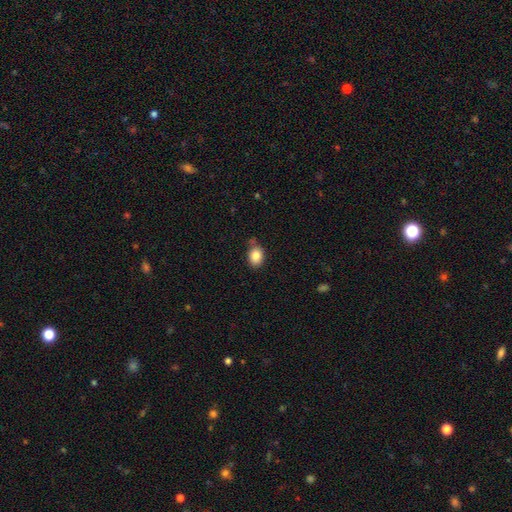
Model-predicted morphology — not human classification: A smooth galaxy with no disk features (84%) that is in between round and cigar-shaped (65%). Merging: none (72%).